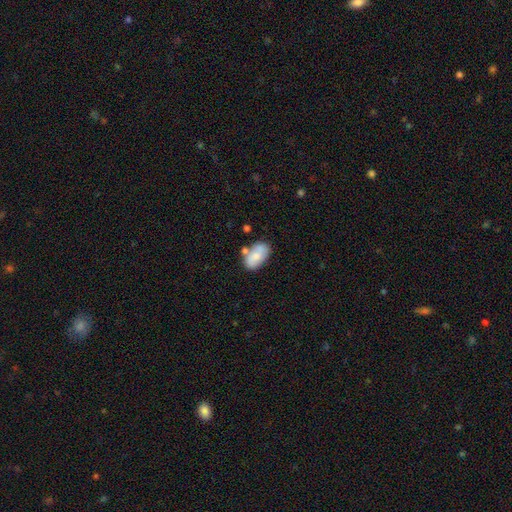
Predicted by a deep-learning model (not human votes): Smooth or featured?
  - smooth: 75% *
  - featured or disk: 18%
  - star or artifact: 7%
How rounded?
  - in between: 93% *
  - round: 5%
  - cigar-shaped: 2%
Merging?
  - none: 58% *
  - minor disturbance: 20%
  - merger: 17%
  - major disturbance: 5%